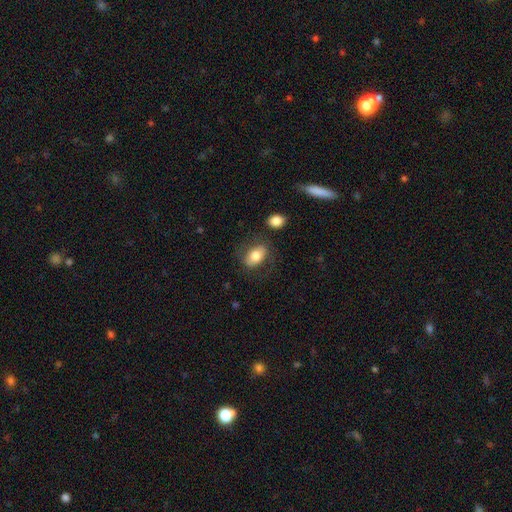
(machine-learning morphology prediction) Smooth or featured? smooth (74%)
How rounded? in between (85%)
Merging? none (71%)